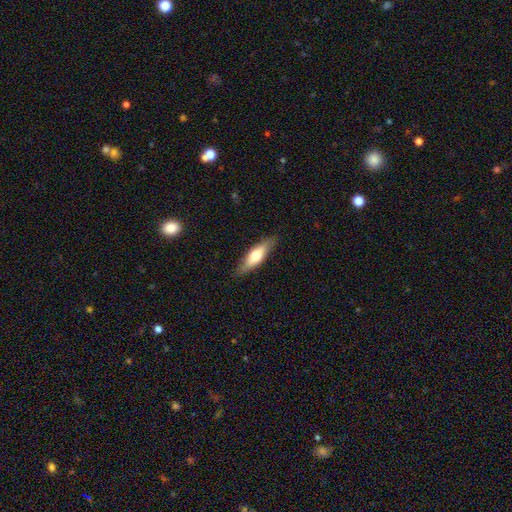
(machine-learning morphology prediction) Smooth or featured? Predicted: smooth (p=0.57). How rounded? Predicted: cigar-shaped (p=0.55). Merging? Predicted: none (p=0.85).